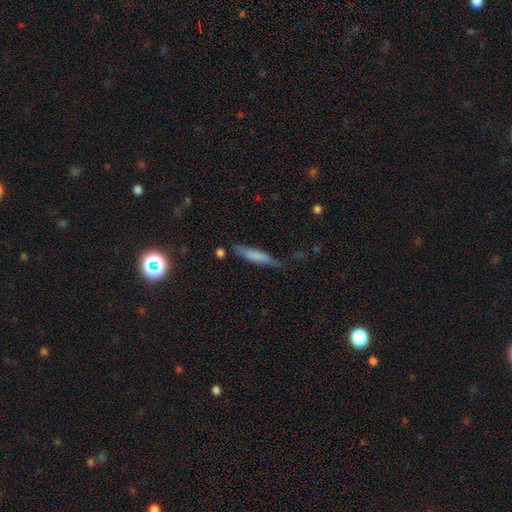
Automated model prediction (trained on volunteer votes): Smooth or featured? Predicted: smooth (p=0.72). How rounded? Predicted: cigar-shaped (p=0.80). Merging? Predicted: none (p=0.55).